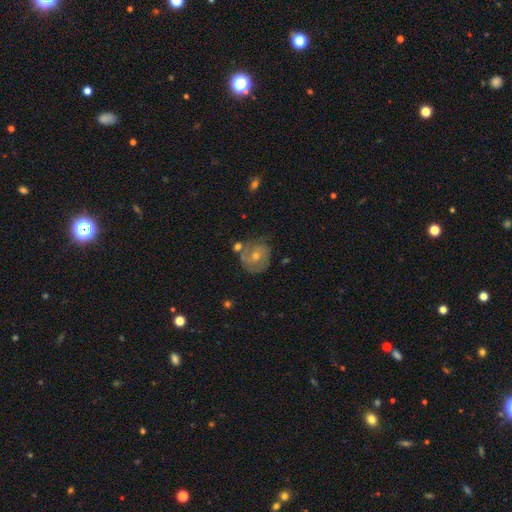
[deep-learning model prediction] Smooth or featured? Predicted: featured or disk (p=0.70). Edge-on disk? Predicted: no (p=0.97). Bar? Predicted: no (p=0.68). Spiral arms? Predicted: yes (p=0.87). Spiral winding? Predicted: tight (p=0.62). Spiral arm count? Predicted: 2 (p=0.46). Bulge size? Predicted: moderate (p=0.53). Merging? Predicted: none (p=0.70).